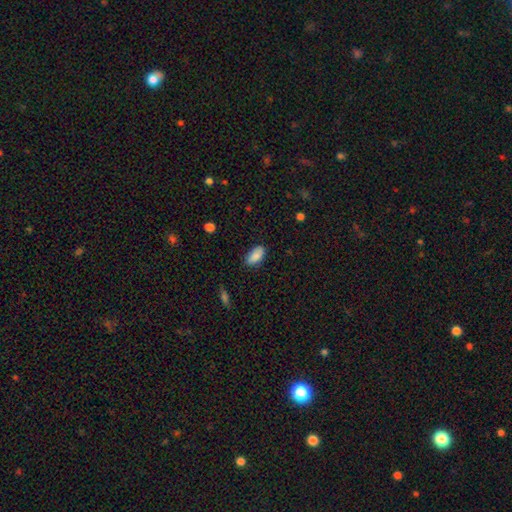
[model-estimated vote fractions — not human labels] smooth_or_featured: smooth (p=0.87) [alt: star or artifact p=0.07]
how_rounded: in between (p=0.92) [alt: cigar-shaped p=0.05]
merging: none (p=0.78) [alt: minor disturbance p=0.18]